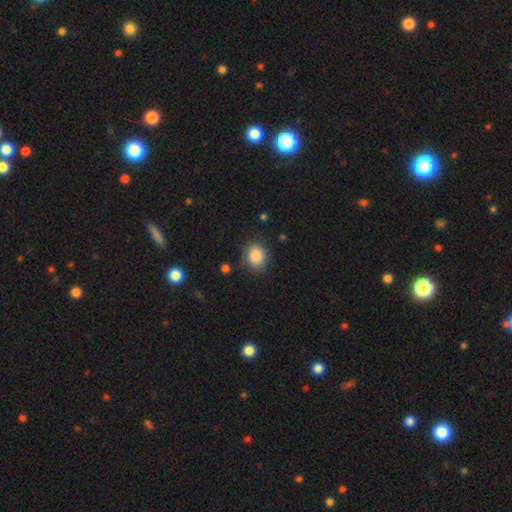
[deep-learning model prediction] Smooth or featured? smooth (86%)
How rounded? round (64%)
Merging? none (82%)